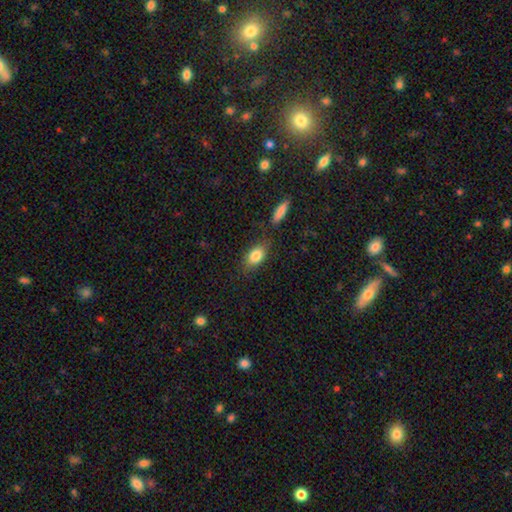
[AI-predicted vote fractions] Smooth or featured: smooth — 81% (featured or disk — 11%)
How rounded: in between — 85% (round — 9%)
Merging: none — 71% (minor disturbance — 17%)